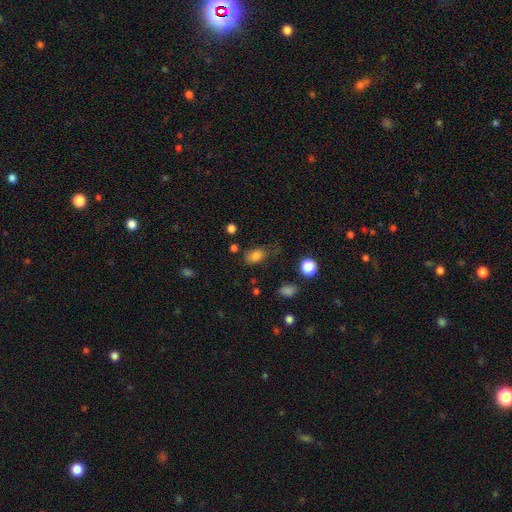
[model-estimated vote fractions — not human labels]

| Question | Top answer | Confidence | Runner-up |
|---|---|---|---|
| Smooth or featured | smooth | 81% | star or artifact (12%) |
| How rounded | in between | 81% | round (17%) |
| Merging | none | 58% | minor disturbance (27%) |